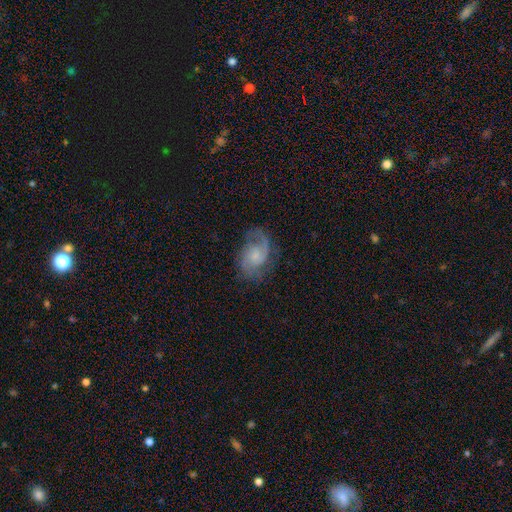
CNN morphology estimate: Q: Smooth or featured?
A: featured or disk (82%); runner-up: smooth (12%)
Q: Edge-on disk?
A: no (98%); runner-up: yes (2%)
Q: Bar?
A: no (65%); runner-up: weak (31%)
Q: Spiral arms?
A: yes (96%); runner-up: no (4%)
Q: Spiral winding?
A: medium (52%); runner-up: tight (25%)
Q: Spiral arm count?
A: 2 (76%); runner-up: can't tell (8%)
Q: Bulge size?
A: small (54%); runner-up: moderate (26%)
Q: Merging?
A: none (70%); runner-up: minor disturbance (18%)